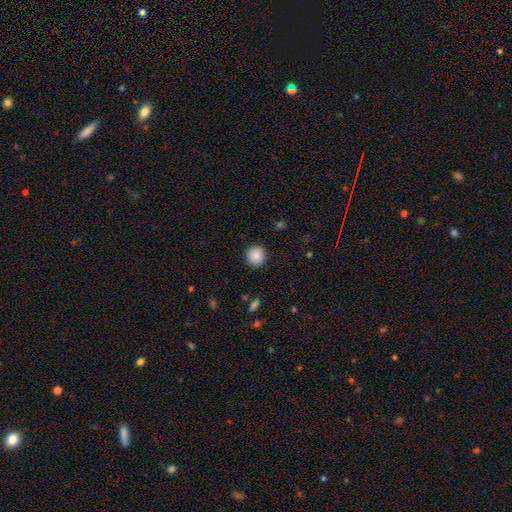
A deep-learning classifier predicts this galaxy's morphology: type=smooth (87%); roundness=round (90%); merging=none (91%).